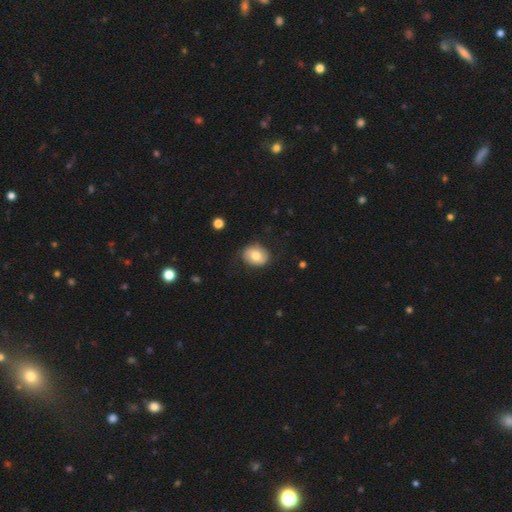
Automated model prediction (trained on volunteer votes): Overall: smooth (70%). How rounded: in between (54%; round 45%). Merging: none (77%).